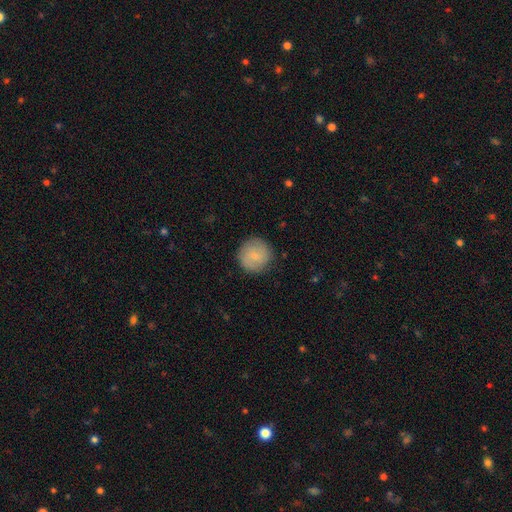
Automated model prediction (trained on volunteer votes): A smooth galaxy with no disk features (71%) that is round (95%).

Vote fractions:
- Smooth or featured? smooth: 71% / featured or disk: 22% / star or artifact: 7%
- How rounded? round: 95% / in between: 4% / cigar-shaped: 1%
- Merging? none: 87% / minor disturbance: 10% / major disturbance: 3% / merger: 1%